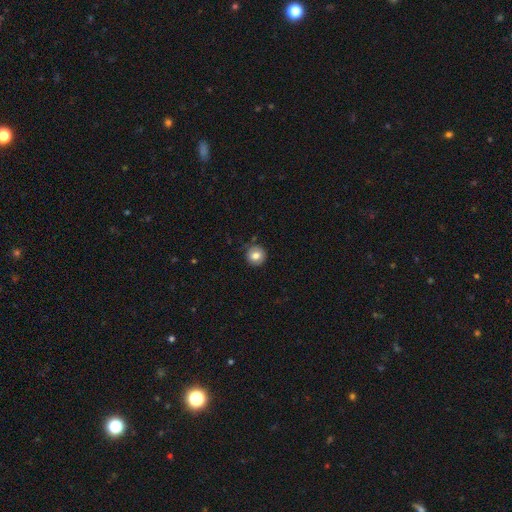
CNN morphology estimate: smooth 80%, featured or disk 10%, star or artifact 9%. Down the decision tree: how rounded — round (93%); merging — none (87%).